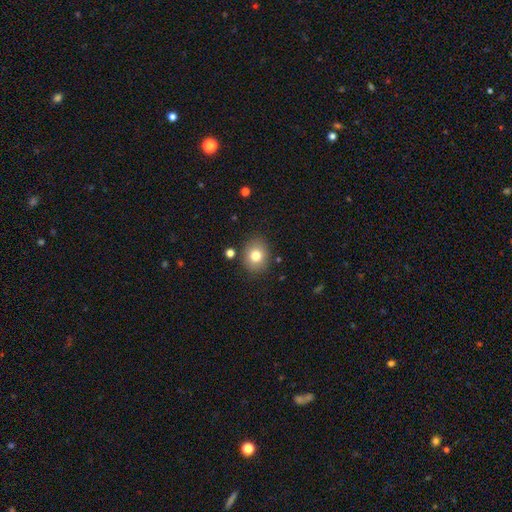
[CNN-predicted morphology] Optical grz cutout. It shows a smooth galaxy with no disk features (79%) that is round (61%). Merging: none (84%).